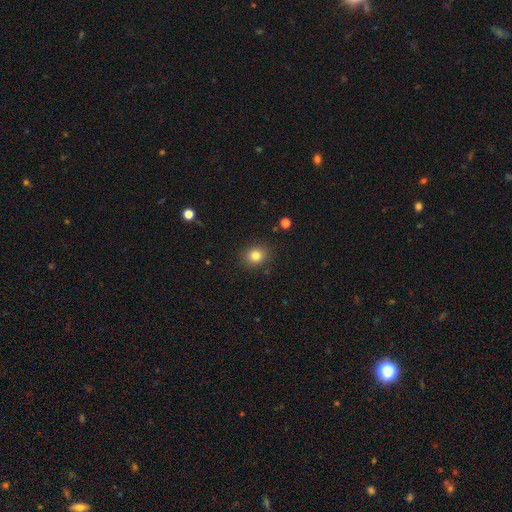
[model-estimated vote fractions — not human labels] Smooth or featured?
  - smooth: 81% *
  - star or artifact: 12%
  - featured or disk: 7%
How rounded?
  - round: 75% *
  - in between: 24%
  - cigar-shaped: 1%
Merging?
  - none: 88% *
  - minor disturbance: 8%
  - major disturbance: 2%
  - merger: 1%